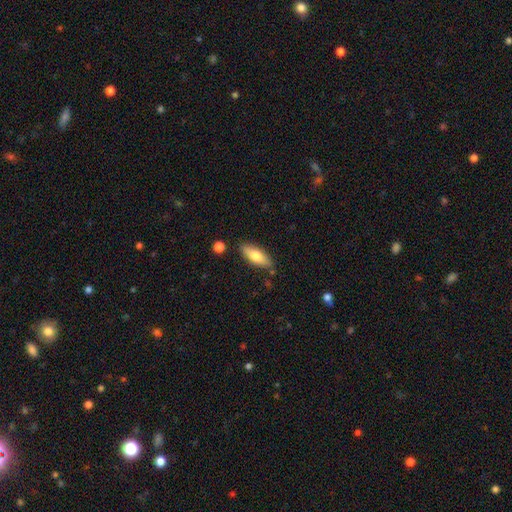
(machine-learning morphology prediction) The model was most divided on "how rounded": in between: 68%, cigar-shaped: 30%, round: 3%. More confident: merging — none (82%); smooth or featured — smooth (68%).